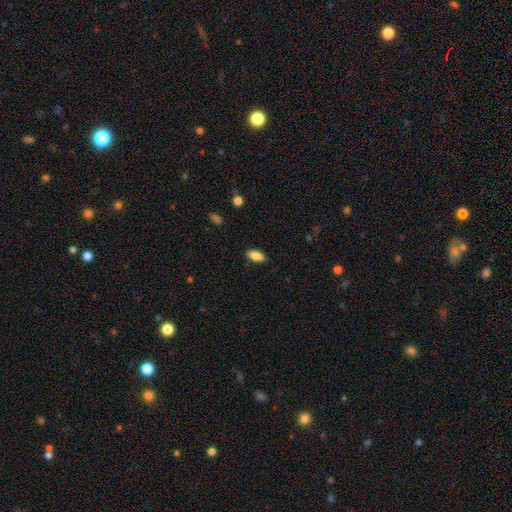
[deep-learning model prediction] This is clearly a smooth galaxy (85%). How rounded: clearly in between (90%). Merging: clearly none (88%).